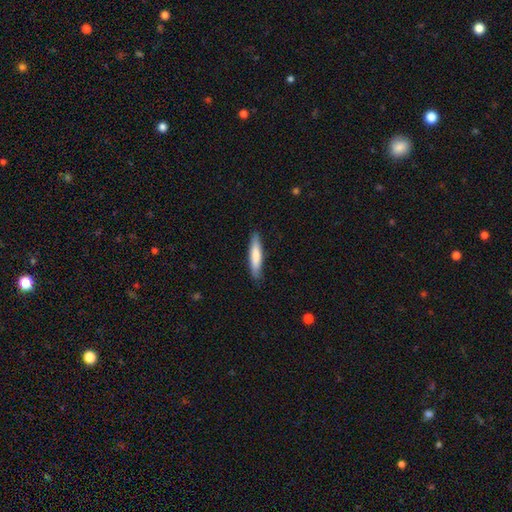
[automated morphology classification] The model was most divided on "smooth or featured": smooth: 76%, featured or disk: 19%, star or artifact: 5%. More confident: merging — none (88%); how rounded — cigar-shaped (86%).